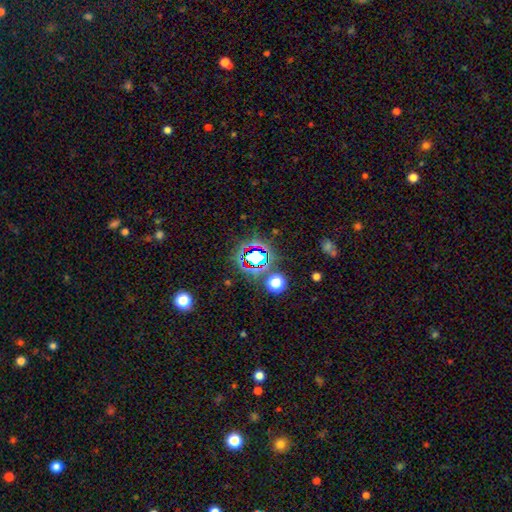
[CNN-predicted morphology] Overall: star or artifact (71%).